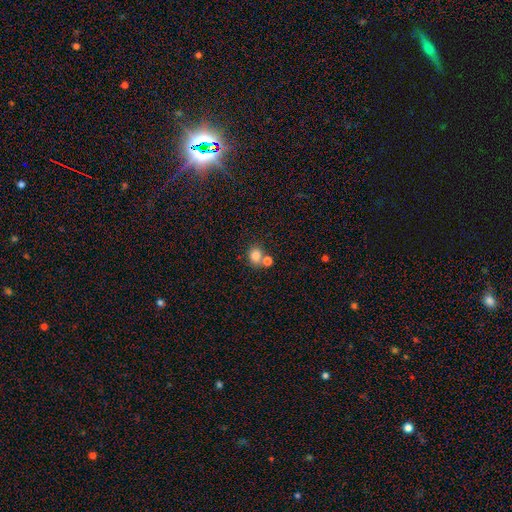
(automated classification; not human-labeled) A smooth galaxy with no disk features (82%) that is round (63%).

Vote fractions:
- Smooth or featured? smooth: 82% / star or artifact: 11% / featured or disk: 7%
- How rounded? round: 63% / in between: 36% / cigar-shaped: 1%
- Merging? none: 51% / merger: 35% / minor disturbance: 10% / major disturbance: 4%